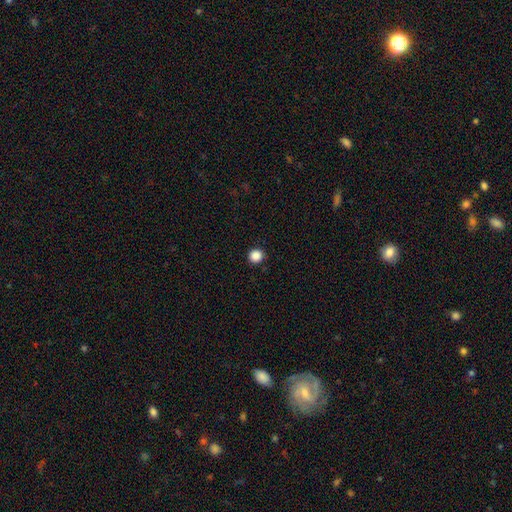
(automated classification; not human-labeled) Morphology: type=smooth (87%); roundness=round (94%); merging=none (92%).